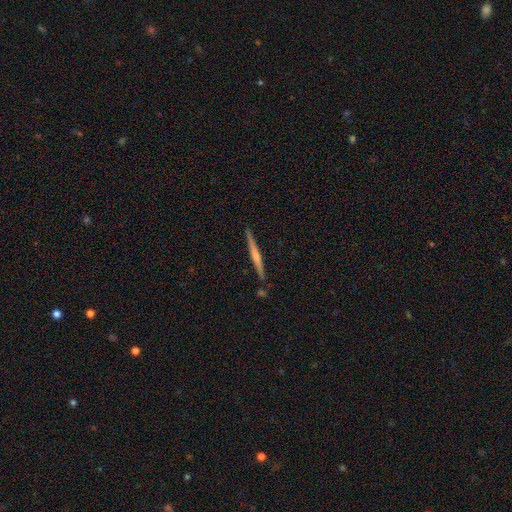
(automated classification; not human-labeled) Smooth or featured: featured or disk — 54% (smooth — 40%)
Edge-on disk: yes — 98% (no — 2%)
Edge-on bulge: rounded — 44% (tied with none — 44%)
Merging: none — 88% (minor disturbance — 8%)